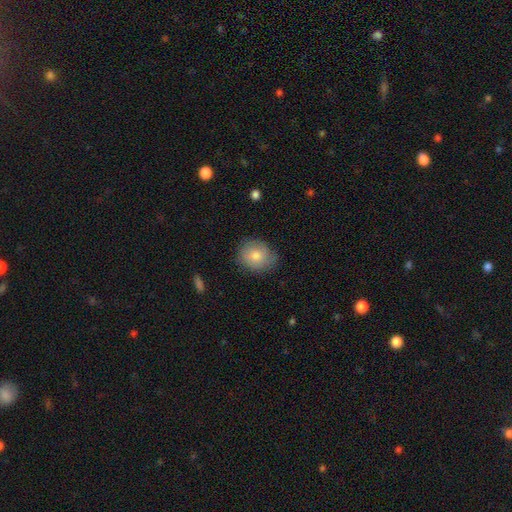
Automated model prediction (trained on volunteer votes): A smooth galaxy with no disk features (66%) that is round (67%).

Vote fractions:
- Smooth or featured? smooth: 66% / featured or disk: 26% / star or artifact: 8%
- How rounded? round: 67% / in between: 32% / cigar-shaped: 1%
- Merging? none: 74% / minor disturbance: 20% / major disturbance: 5% / merger: 1%